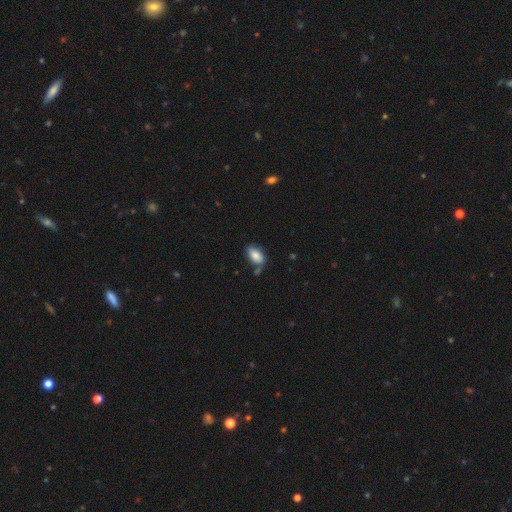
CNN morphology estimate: This appears to be a smooth galaxy with no disk features (85%) that is in between round and cigar-shaped (93%). Merging: none (66%).